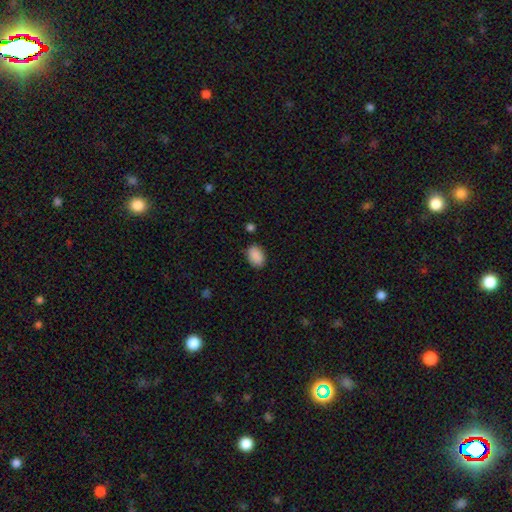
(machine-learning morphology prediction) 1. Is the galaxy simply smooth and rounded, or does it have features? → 90% smooth, 7% star or artifact, 3% featured or disk.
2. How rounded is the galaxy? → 86% in between, 12% round, 1% cigar-shaped.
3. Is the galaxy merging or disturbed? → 85% none, 10% minor disturbance, 3% major disturbance, 2% merger.